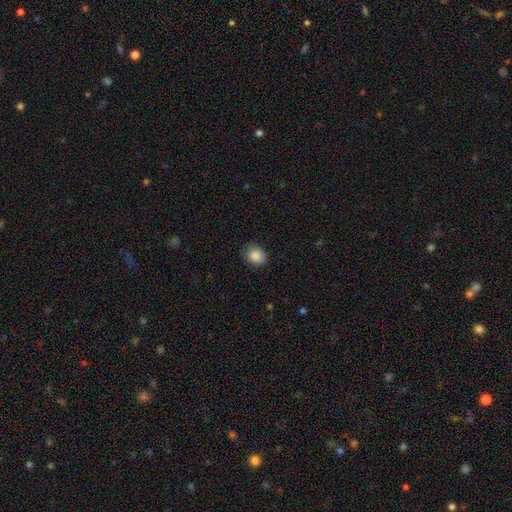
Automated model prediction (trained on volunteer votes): smooth-or-featured: smooth: 87% | star or artifact: 9% | featured or disk: 4%
  how-rounded: round: 60% | in between: 39% | cigar-shaped: 1%
  merging: none: 81% | minor disturbance: 15% | major disturbance: 3% | merger: 1%